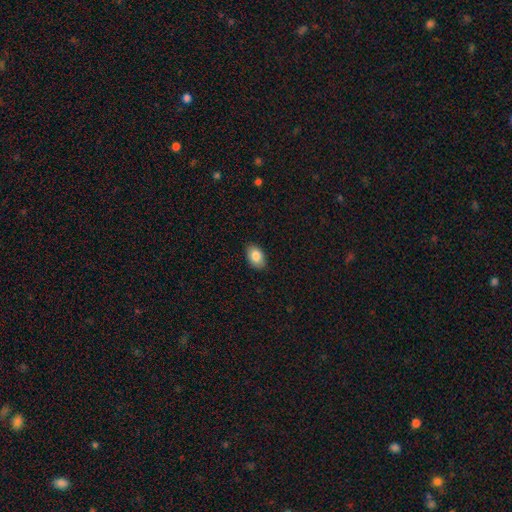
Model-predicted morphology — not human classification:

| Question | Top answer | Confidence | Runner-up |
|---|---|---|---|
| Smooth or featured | smooth | 85% | star or artifact (7%) |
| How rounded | in between | 89% | round (10%) |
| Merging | none | 87% | minor disturbance (10%) |